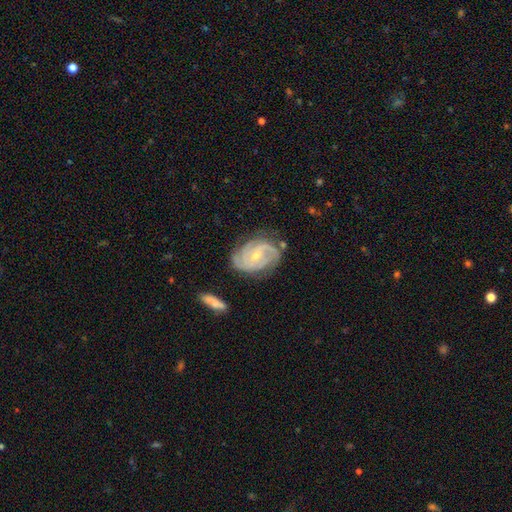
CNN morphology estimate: type=featured or disk (89%); edge-on=no (97%); bar=no (53%); spiral arms=yes (98%); winding=tight (58%); arm count=3 (36%); bulge=small (66%); merging=none (71%).